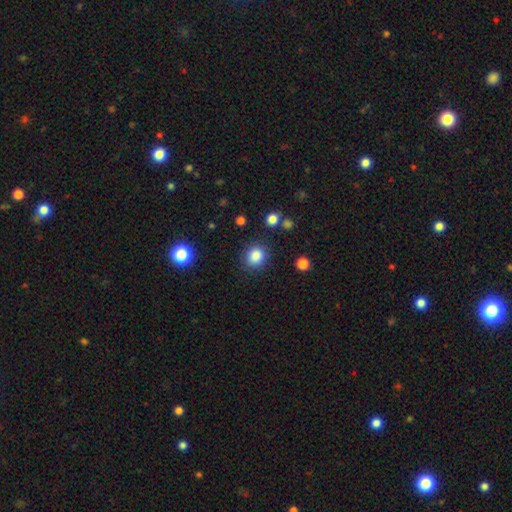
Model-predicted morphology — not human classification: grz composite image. It shows a smooth galaxy with no disk features (85%) that is round (79%). Merging: none (84%).